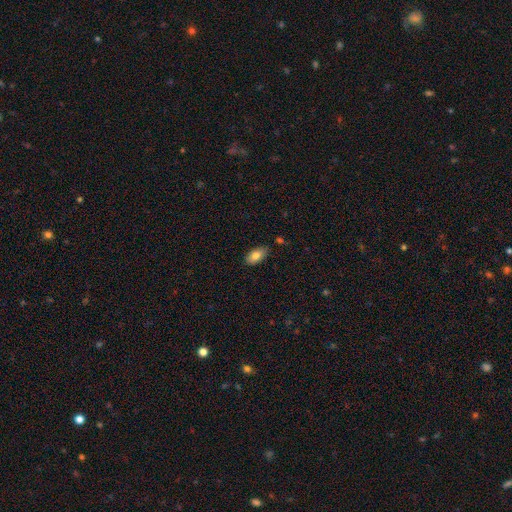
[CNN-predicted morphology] smooth-or-featured: smooth: 81% | featured or disk: 12% | star or artifact: 7%
  how-rounded: in between: 93% | round: 4% | cigar-shaped: 3%
  merging: none: 83% | minor disturbance: 13% | merger: 3% | major disturbance: 2%